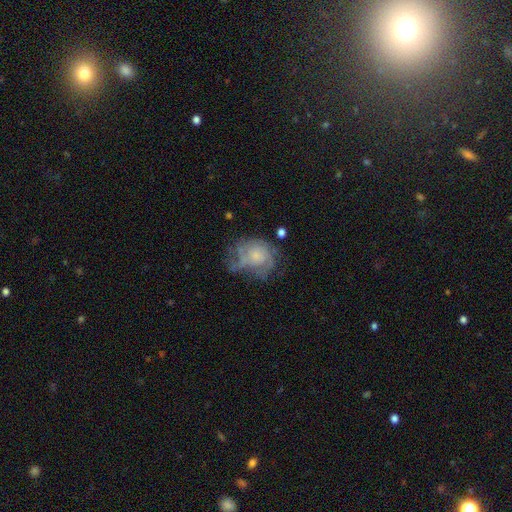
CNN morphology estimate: Q: Smooth or featured?
A: featured or disk (56%); runner-up: smooth (34%)
Q: Edge-on disk?
A: no (98%); runner-up: yes (2%)
Q: Bar?
A: no (84%); runner-up: weak (14%)
Q: Spiral arms?
A: yes (59%); runner-up: no (41%)
Q: Bulge size?
A: small (53%); runner-up: moderate (26%)
Q: Merging?
A: none (41%); runner-up: major disturbance (28%)